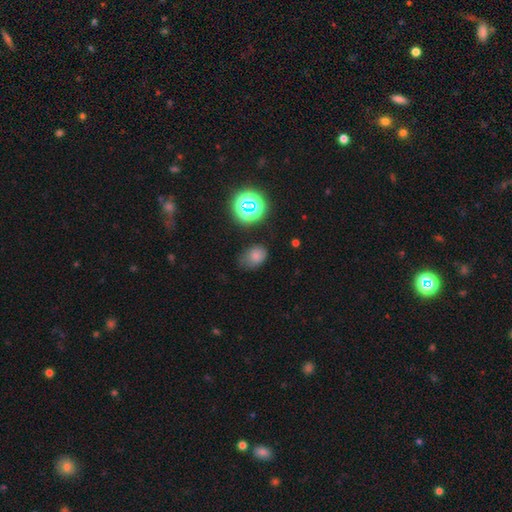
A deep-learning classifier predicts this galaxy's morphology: Overall: smooth (72%). How rounded: in between (68%; round 31%). Merging: none (59%; minor disturbance 29%).